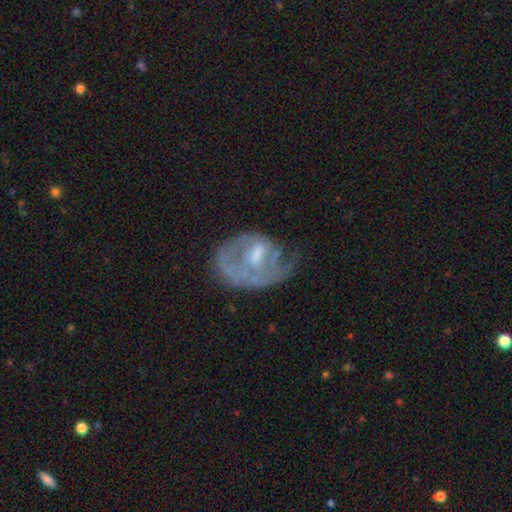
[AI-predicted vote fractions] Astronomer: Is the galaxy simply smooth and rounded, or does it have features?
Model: featured or disk — 66%.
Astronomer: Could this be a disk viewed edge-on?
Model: no — 96%.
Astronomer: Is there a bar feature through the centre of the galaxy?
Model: no — 47% (runner-up: weak, 42%).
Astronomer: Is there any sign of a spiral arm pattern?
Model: yes — 57% (runner-up: no, 43%).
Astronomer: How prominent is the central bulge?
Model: moderate — 48% (runner-up: small, 29%).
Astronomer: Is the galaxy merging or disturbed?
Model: none — 37% (runner-up: major disturbance, 34%).